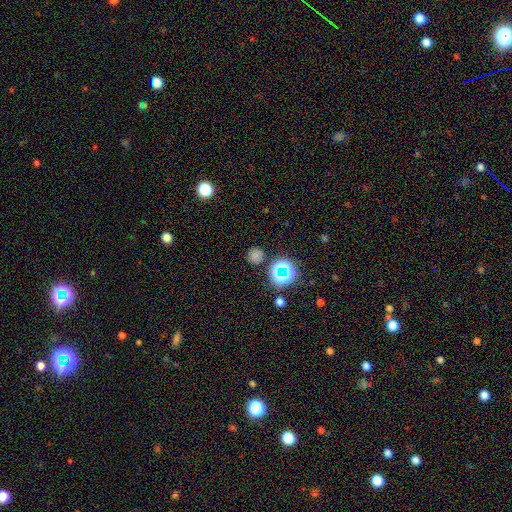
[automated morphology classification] smooth 62%, star or artifact 32%, featured or disk 6%. Down the decision tree: how rounded — round (91%); merging — none (82%).